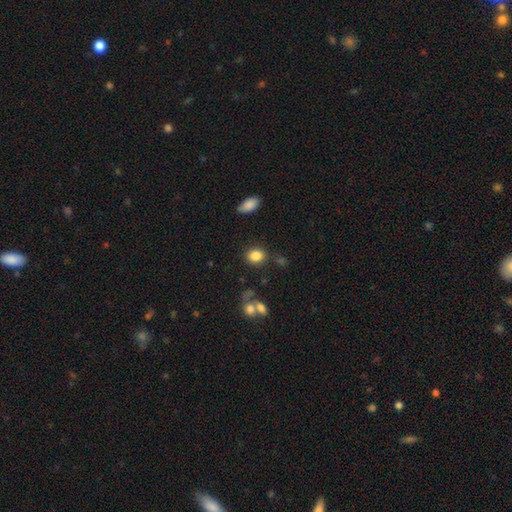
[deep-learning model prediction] Smooth or featured? smooth (85%)
How rounded? round (50%)
Merging? none (78%)